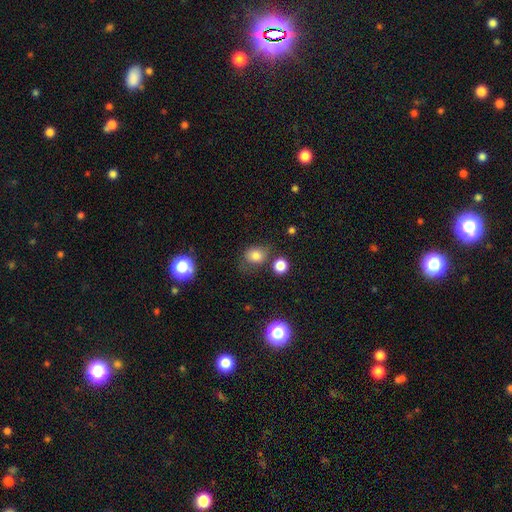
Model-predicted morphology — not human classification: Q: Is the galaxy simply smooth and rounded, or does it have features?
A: smooth — 78%.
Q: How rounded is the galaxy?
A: round — 59%.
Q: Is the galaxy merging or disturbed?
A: none — 63%.